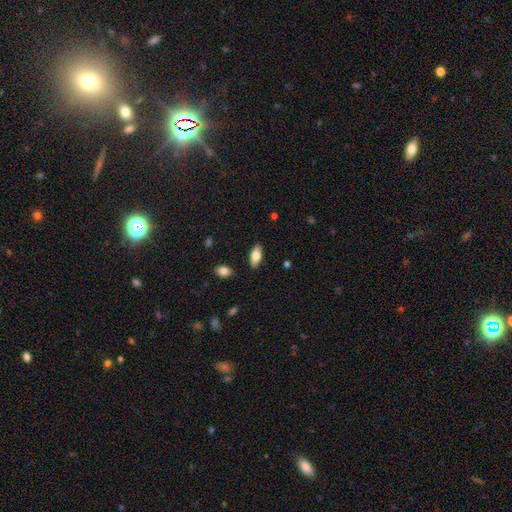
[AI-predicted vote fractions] A smooth galaxy with no disk features (77%) that is in between round and cigar-shaped (84%).

Vote fractions:
- Smooth or featured? smooth: 77% / featured or disk: 16% / star or artifact: 6%
- How rounded? in between: 84% / cigar-shaped: 13% / round: 2%
- Merging? none: 87% / minor disturbance: 10% / major disturbance: 2% / merger: 1%